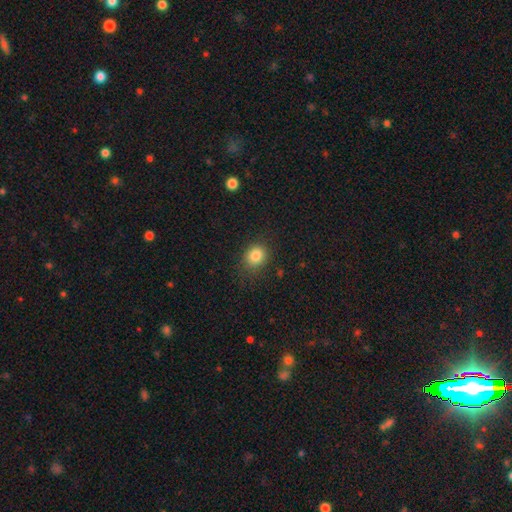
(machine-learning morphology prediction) smooth 84%, star or artifact 11%, featured or disk 6%. Down the decision tree: how rounded — round (67%); merging — none (82%).